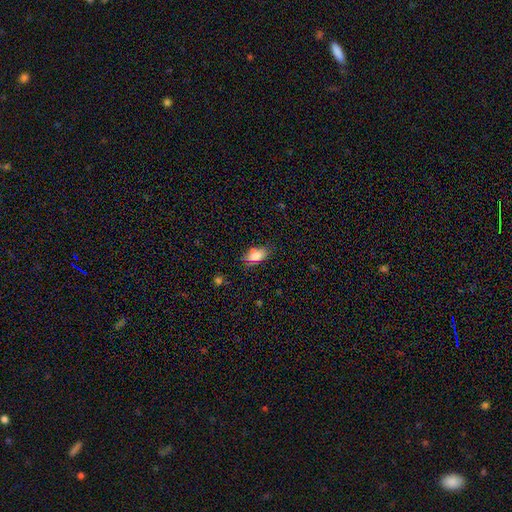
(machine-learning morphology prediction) Q: Smooth or featured?
A: smooth (76%); runner-up: star or artifact (17%)
Q: How rounded?
A: in between (88%); runner-up: round (7%)
Q: Merging?
A: none (76%); runner-up: minor disturbance (17%)